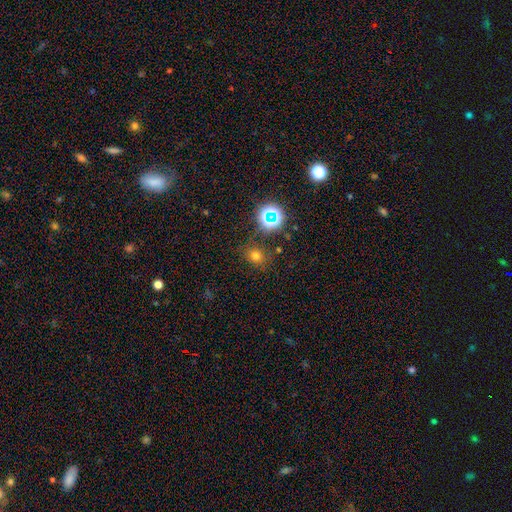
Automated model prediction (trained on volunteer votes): Smooth or featured? smooth (68%)
How rounded? round (74%)
Merging? none (81%)